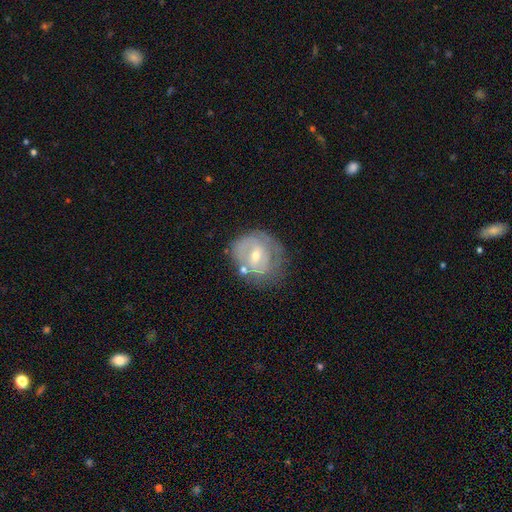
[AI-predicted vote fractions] This is likely a featured or disk galaxy (70%). It is clearly not viewed edge-on (96%). Bar: possibly weak (52%). Spiral arm pattern: likely yes (68%). Central bulge: possibly moderate (49%). Merging: likely none (61%).